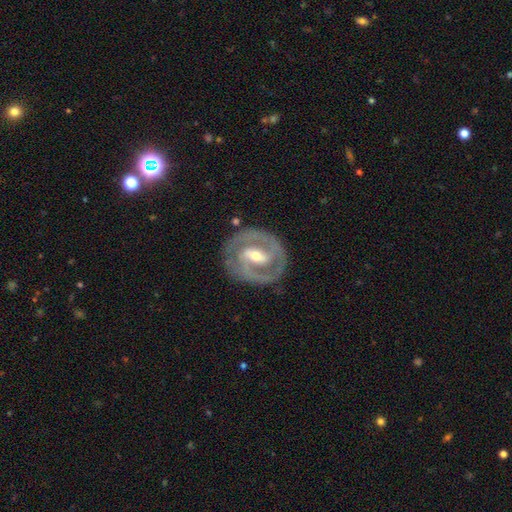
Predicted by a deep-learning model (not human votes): The model was most divided on "bulge size": moderate: 53%, small: 43%, large: 3%, none: 1%, dominant: 1%. Remaining: edge-on disk — no (97%); spiral arms — yes (90%); smooth or featured — featured or disk (87%); spiral arm count — 2 (84%); merging — none (82%); spiral winding — tight (53%); bar — strong (48%).